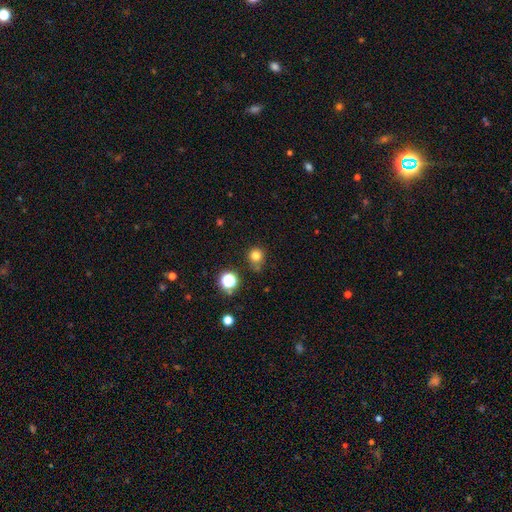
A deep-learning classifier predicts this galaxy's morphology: smooth_or_featured: smooth (p=0.78) [alt: star or artifact p=0.16]
how_rounded: round (p=0.88) [alt: in between p=0.11]
merging: none (p=0.70) [alt: minor disturbance p=0.20]